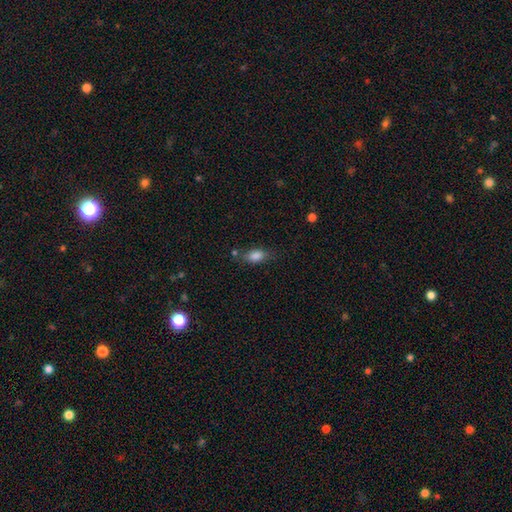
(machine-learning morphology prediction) This is clearly a smooth galaxy (84%). How rounded: clearly in between (86%). Merging: likely none (63%).